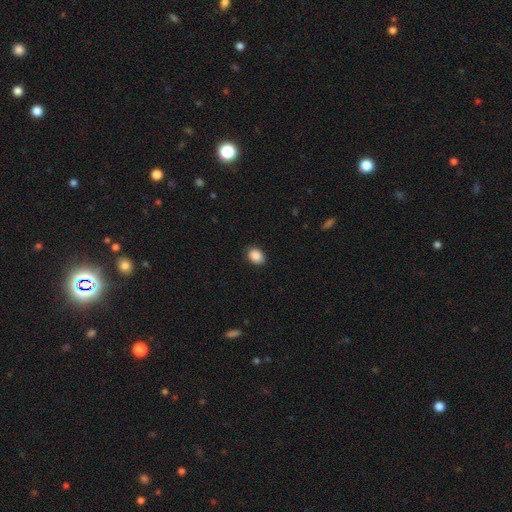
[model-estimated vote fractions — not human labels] Morphology: type=smooth (89%); roundness=in between (68%); merging=none (87%).